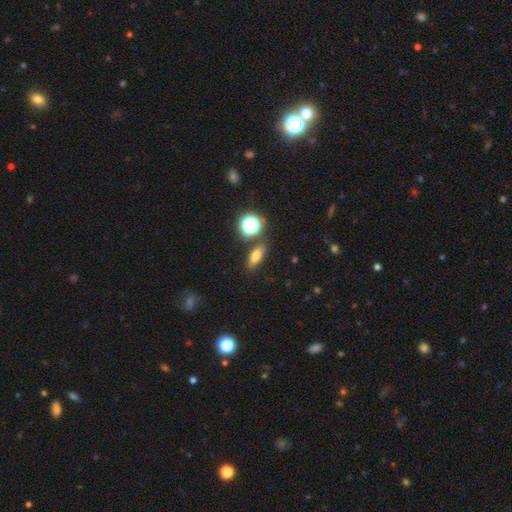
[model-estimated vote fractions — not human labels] smooth 67%, star or artifact 17%, featured or disk 16%. Down the decision tree: how rounded — in between (53%); merging — none (80%).